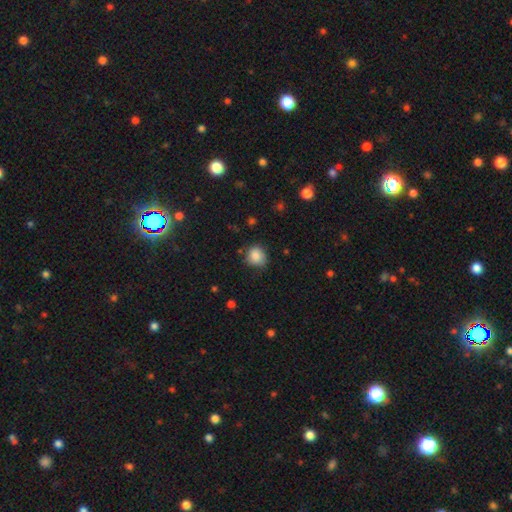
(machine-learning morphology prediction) Smooth or featured? smooth (85%)
How rounded? round (79%)
Merging? none (71%)